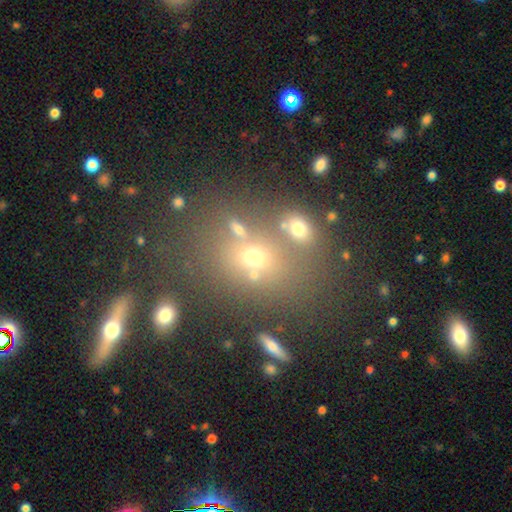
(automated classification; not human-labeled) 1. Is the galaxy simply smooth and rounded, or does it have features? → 46% smooth, 31% star or artifact, 24% featured or disk.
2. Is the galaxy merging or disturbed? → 56% none, 27% merger, 11% minor disturbance, 6% major disturbance.